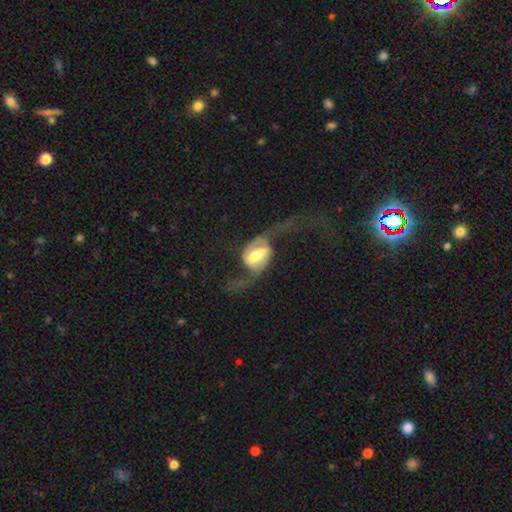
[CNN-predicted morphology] smooth-or-featured: featured or disk: 78% | smooth: 16% | star or artifact: 6%
  disk-edge-on: no: 93% | yes: 7%
    bar: strong: 44% | weak: 38% | no: 17%
    has-spiral-arms: yes: 85% | no: 15%
      spiral-winding: loose: 76% | medium: 18% | tight: 6%
      spiral-arm-count: 2: 89% | 1: 4% | can't tell: 3% | 3: 1% | 4: 1% | more than 4: 1%
    bulge-size: moderate: 51% | large: 23% | small: 18% | dominant: 5% | none: 3%
  merging: major disturbance: 46% | none: 36% | minor disturbance: 14% | merger: 5%